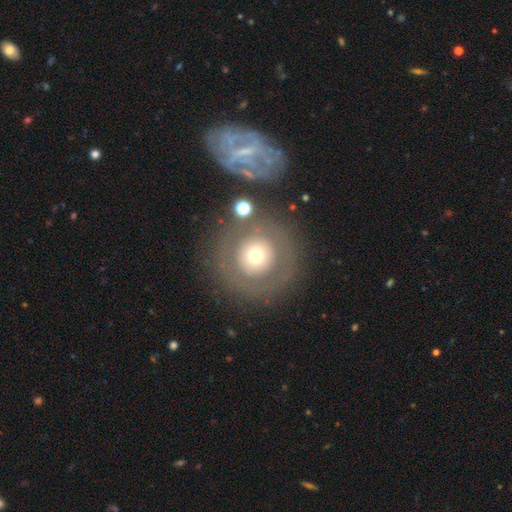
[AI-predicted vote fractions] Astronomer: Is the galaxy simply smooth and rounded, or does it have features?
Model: smooth — 58%.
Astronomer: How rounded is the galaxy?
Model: round — 95%.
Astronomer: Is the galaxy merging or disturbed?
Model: none — 80%.